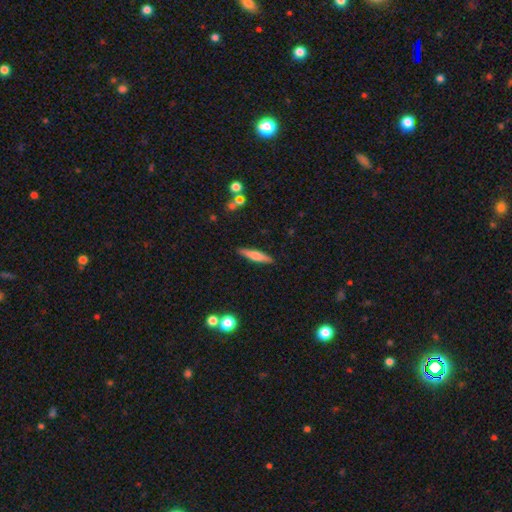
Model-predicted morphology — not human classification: Smooth or featured? smooth (59%)
How rounded? cigar-shaped (86%)
Merging? none (89%)